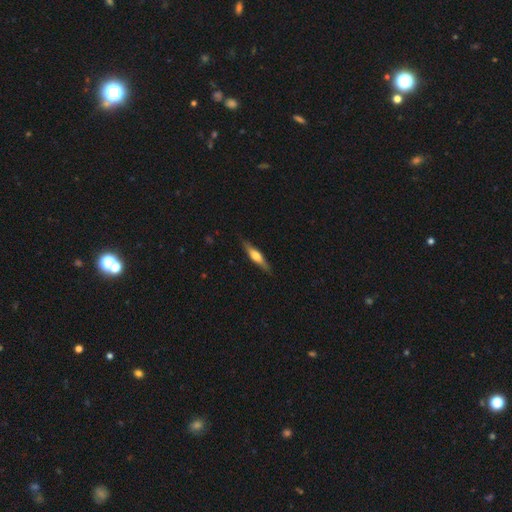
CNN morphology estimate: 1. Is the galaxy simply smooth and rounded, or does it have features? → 52% featured or disk, 43% smooth, 6% star or artifact.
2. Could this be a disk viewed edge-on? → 94% yes, 6% no.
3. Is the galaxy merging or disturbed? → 86% none, 11% minor disturbance, 2% major disturbance, 1% merger.